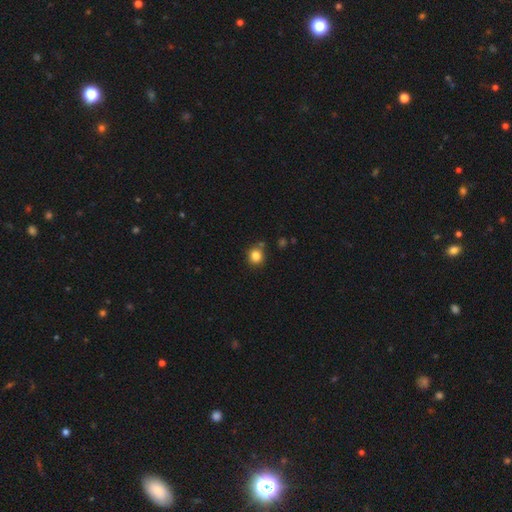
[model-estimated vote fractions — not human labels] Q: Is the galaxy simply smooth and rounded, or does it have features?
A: smooth — 83%.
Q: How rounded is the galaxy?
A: round — 89%.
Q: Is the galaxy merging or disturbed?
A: none — 80%.